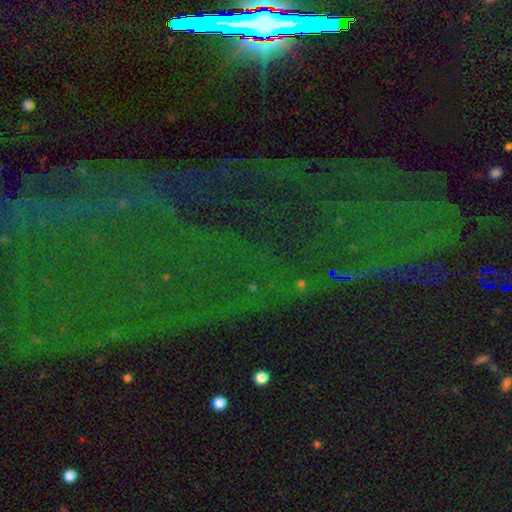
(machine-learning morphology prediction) Smooth or featured? star or artifact (83%)